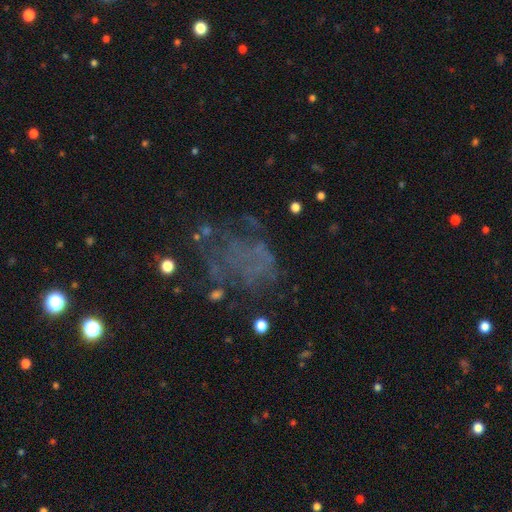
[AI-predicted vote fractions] featured or disk 45%, star or artifact 30%, smooth 25%. Down the decision tree: merging — none (43%).